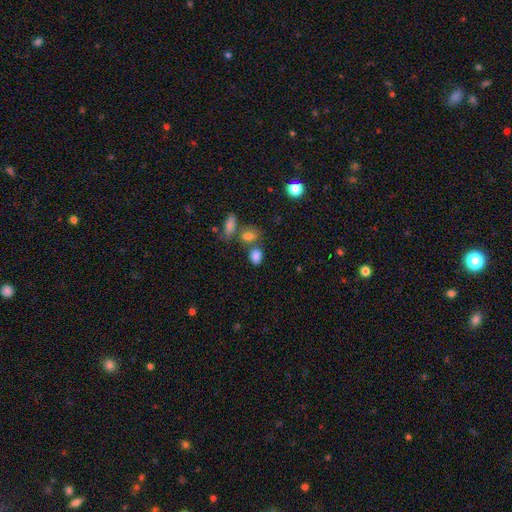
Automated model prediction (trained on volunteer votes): Smooth or featured? Predicted: smooth (p=0.82). How rounded? Predicted: in between (p=0.79). Merging? Predicted: none (p=0.53).